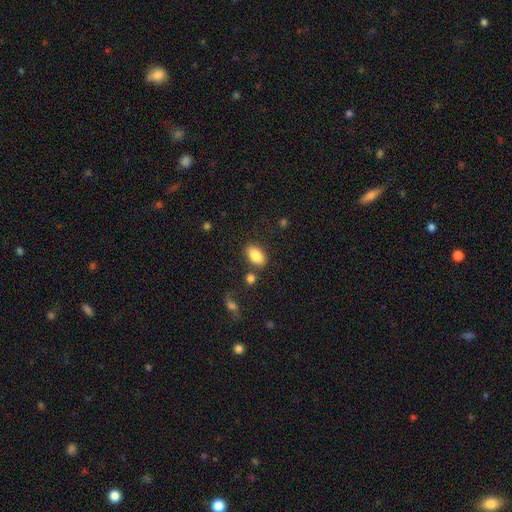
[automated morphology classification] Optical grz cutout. It shows a smooth galaxy with no disk features (86%) that is in between round and cigar-shaped (91%). Merging: none (80%).